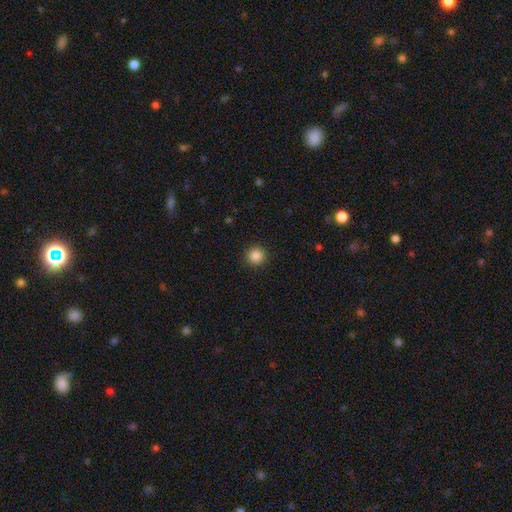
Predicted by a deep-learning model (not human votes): Smooth or featured? Predicted: smooth (p=0.86). How rounded? Predicted: round (p=0.95). Merging? Predicted: none (p=0.92).